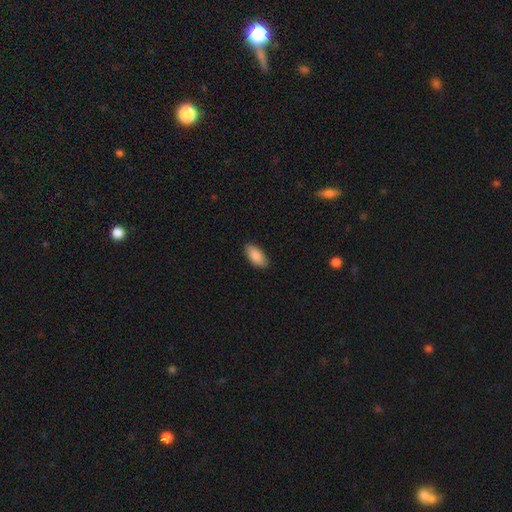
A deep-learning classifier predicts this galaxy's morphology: A smooth galaxy with no disk features (89%) that is in between round and cigar-shaped (92%).

Vote fractions:
- Smooth or featured? smooth: 89% / star or artifact: 6% / featured or disk: 5%
- How rounded? in between: 92% / cigar-shaped: 6% / round: 2%
- Merging? none: 87% / minor disturbance: 10% / major disturbance: 2% / merger: 1%